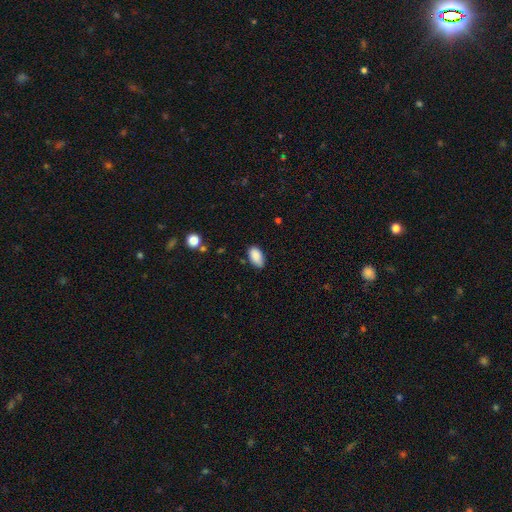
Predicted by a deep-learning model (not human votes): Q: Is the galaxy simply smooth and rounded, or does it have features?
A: smooth — 88%.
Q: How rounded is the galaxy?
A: in between — 94%.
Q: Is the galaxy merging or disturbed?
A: none — 76%.